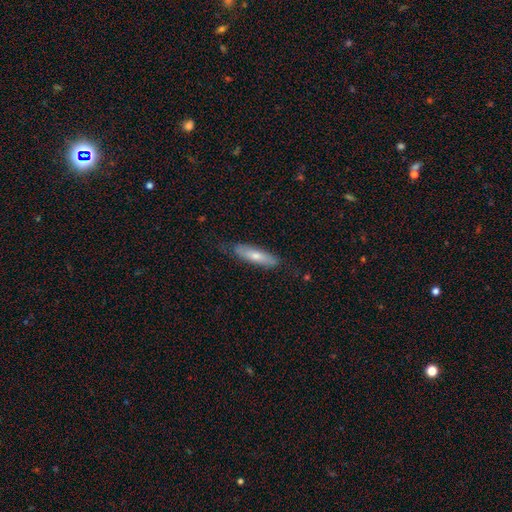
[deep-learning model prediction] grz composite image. It shows a smooth galaxy with no disk features (61%) that is cigar-shaped (69%). Merging: none (74%).